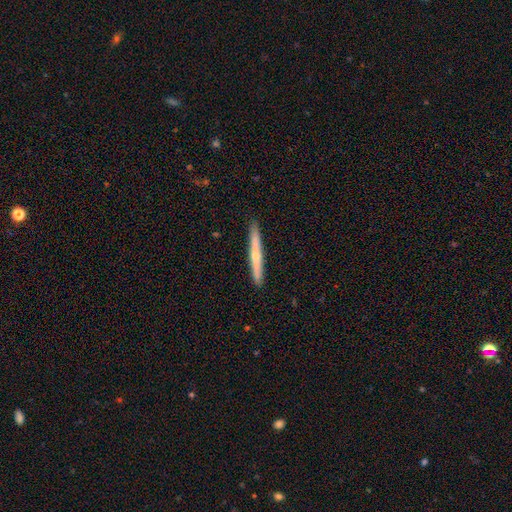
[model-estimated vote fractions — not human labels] Smooth or featured?
  - featured or disk: 54% *
  - smooth: 40%
  - star or artifact: 5%
Edge-on disk?
  - yes: 97% *
  - no: 3%
Edge-on bulge?
  - rounded: 66% *
  - none: 31%
  - boxy: 3%
Merging?
  - none: 92% *
  - minor disturbance: 6%
  - major disturbance: 1%
  - merger: 1%